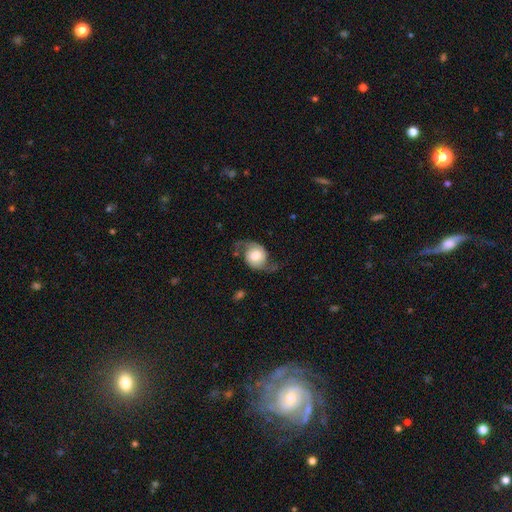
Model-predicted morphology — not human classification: Smooth or featured? featured or disk (71%)
Edge-on disk? no (97%)
Bar? no (66%)
Spiral arms? yes (92%)
Spiral winding? loose (66%)
Spiral arm count? 2 (92%)
Bulge size? moderate (52%)
Merging? none (64%)